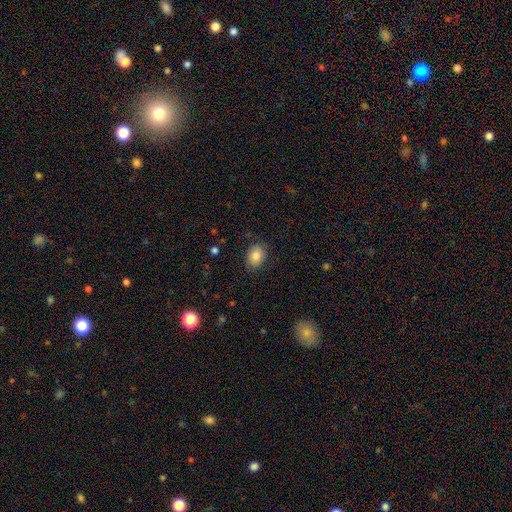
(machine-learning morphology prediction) Smooth or featured?
  - smooth: 85% *
  - star or artifact: 8%
  - featured or disk: 7%
How rounded?
  - in between: 72% *
  - round: 27%
  - cigar-shaped: 1%
Merging?
  - none: 84% *
  - minor disturbance: 12%
  - major disturbance: 3%
  - merger: 1%